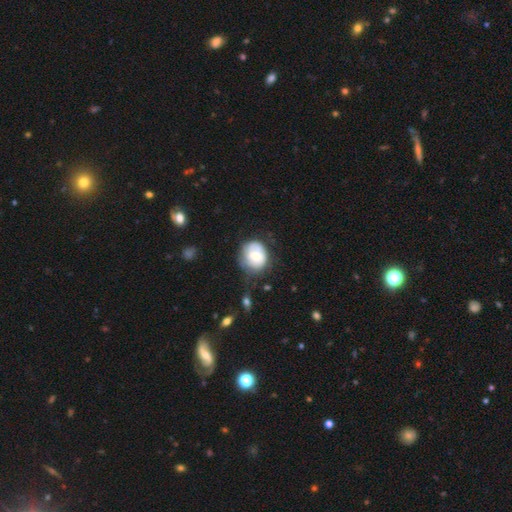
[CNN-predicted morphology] This is possibly a smooth galaxy (55%). How rounded: likely round (69%). Merging: possibly none (50%).